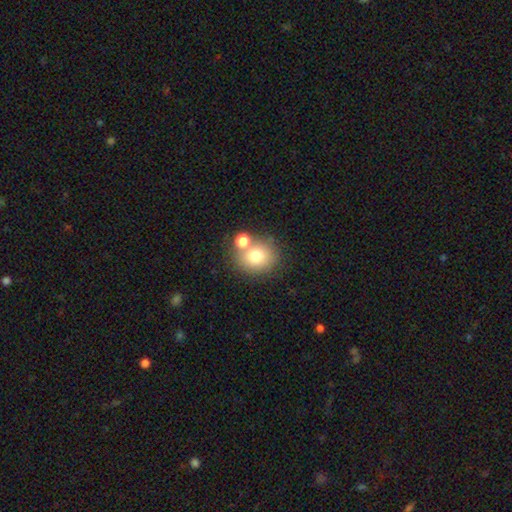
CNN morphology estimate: This is likely a smooth galaxy (75%). How rounded: likely round (74%). Merging: likely none (60%).